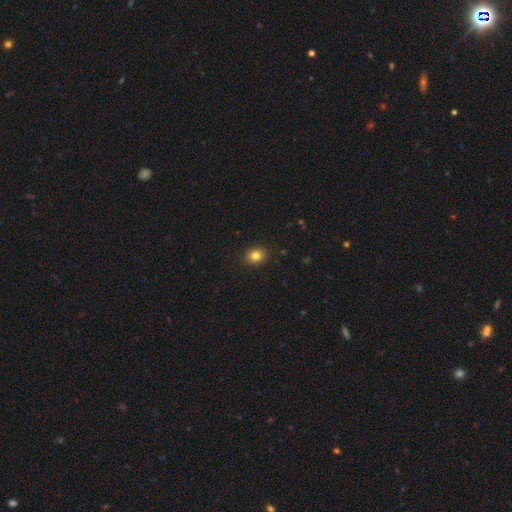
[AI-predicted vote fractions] Morphology: type=smooth (82%); roundness=round (64%); merging=none (91%).